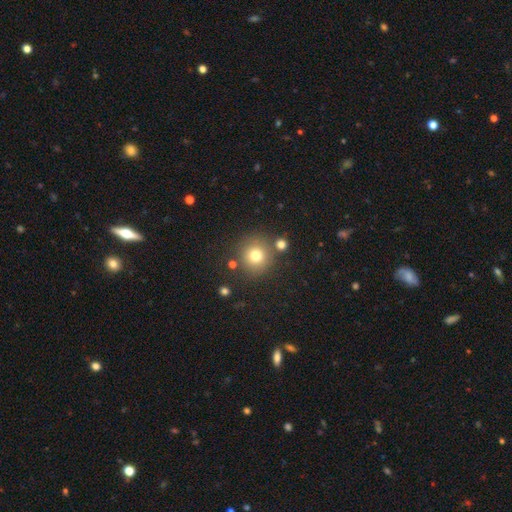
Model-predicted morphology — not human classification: smooth 75%, star or artifact 14%, featured or disk 11%. Down the decision tree: how rounded — round (93%); merging — none (80%).